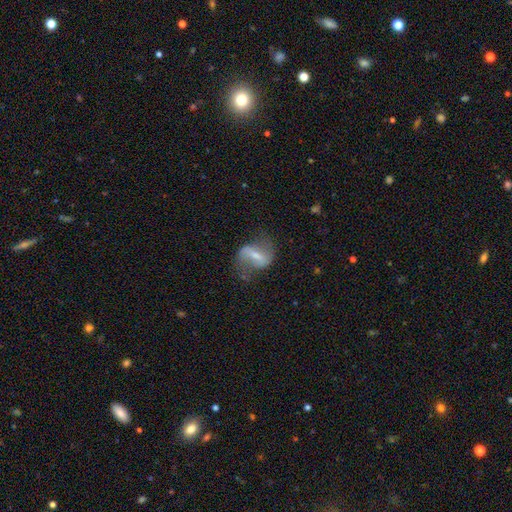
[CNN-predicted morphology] A featured or disk galaxy (70%) with a strong bar (55%), 2 (84%) loose (64%) spiral arms (76%) and a small central bulge (42%).

Vote fractions:
- Smooth or featured? featured or disk: 70% / smooth: 22% / star or artifact: 8%
- Edge-on disk? no: 94% / yes: 6%
- Bar? strong: 55% / weak: 34% / no: 11%
- Spiral arms? yes: 76% / no: 24%
- Spiral winding? loose: 64% / medium: 28% / tight: 8%
- Spiral arm count? 2: 84% / can't tell: 8% / 1: 6% / 3: 1% / 4: 1% / more than 4: 1%
- Bulge size? small: 42% / moderate: 33% / none: 19% / large: 5% / dominant: 1%
- Merging? none: 55% / minor disturbance: 22% / major disturbance: 20% / merger: 3%